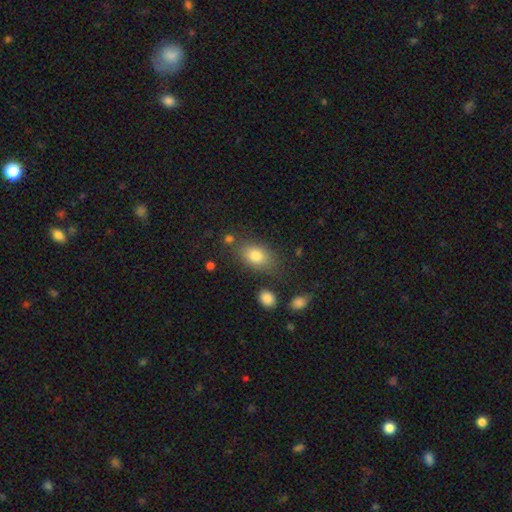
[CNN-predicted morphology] smooth 81%, featured or disk 10%, star or artifact 9%. Down the decision tree: how rounded — in between (83%); merging — none (73%).